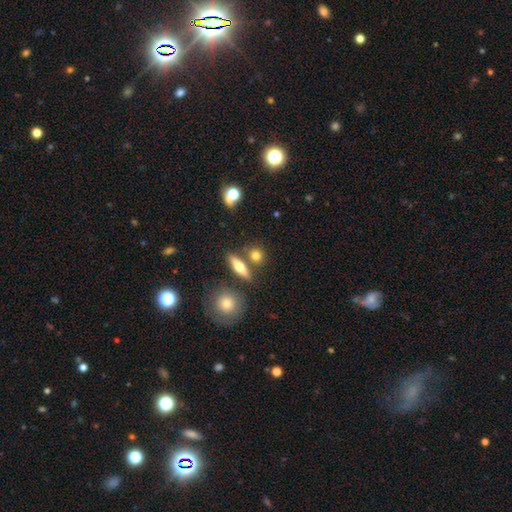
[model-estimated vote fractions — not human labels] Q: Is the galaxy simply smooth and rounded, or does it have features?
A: smooth — 73%.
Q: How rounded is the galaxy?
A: round — 57%.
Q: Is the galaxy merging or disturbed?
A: none — 72%.